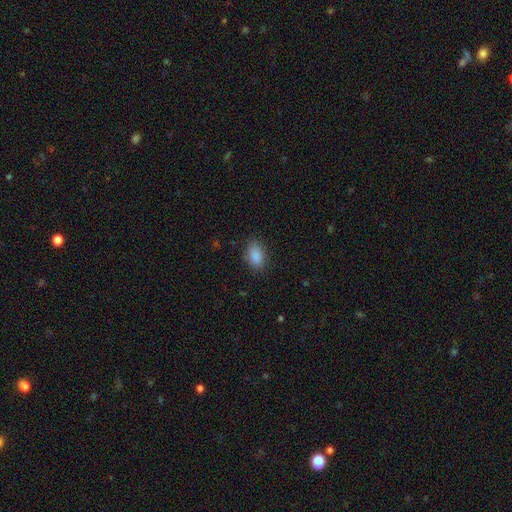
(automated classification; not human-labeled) A smooth galaxy with no disk features (88%) that is in between round and cigar-shaped (89%).

Vote fractions:
- Smooth or featured? smooth: 88% / star or artifact: 8% / featured or disk: 4%
- How rounded? in between: 89% / round: 9% / cigar-shaped: 2%
- Merging? none: 83% / minor disturbance: 12% / major disturbance: 3% / merger: 1%